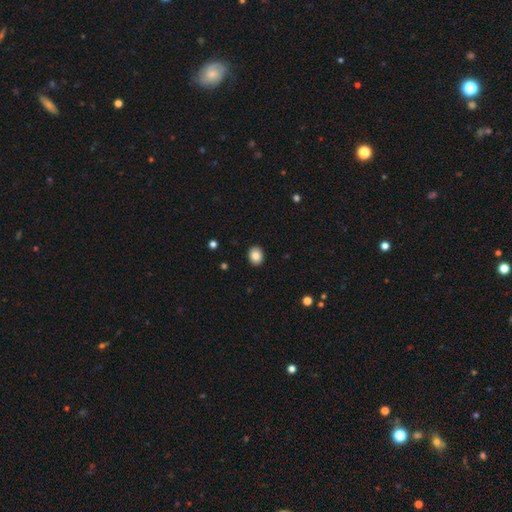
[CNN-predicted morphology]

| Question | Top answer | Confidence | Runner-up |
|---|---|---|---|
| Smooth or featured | smooth | 86% | star or artifact (9%) |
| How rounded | round | 54% | in between (45%) |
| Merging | none | 92% | minor disturbance (6%) |